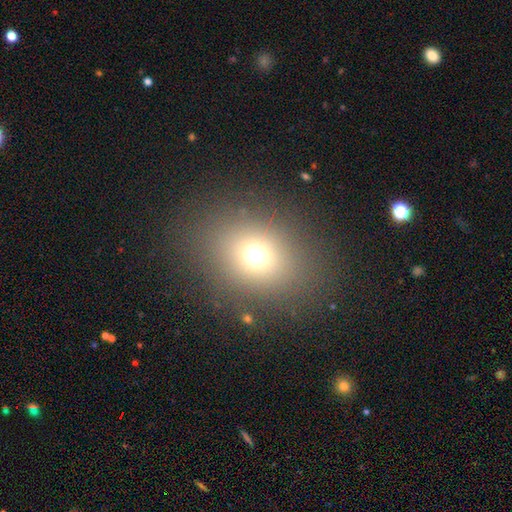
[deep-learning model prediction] This appears to be a smooth galaxy with no disk features (68%) that is round (63%). Merging: none (84%).